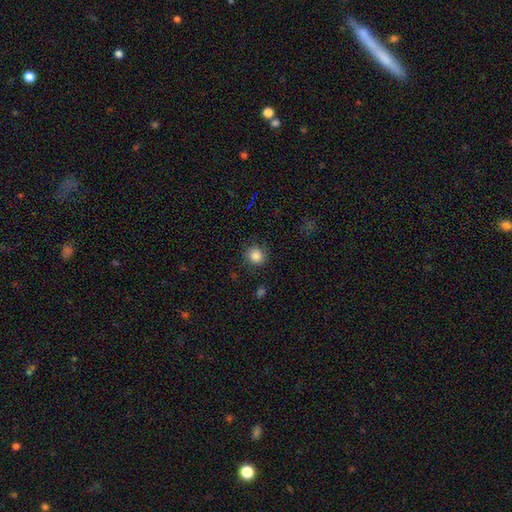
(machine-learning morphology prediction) This appears to be a smooth galaxy with no disk features (85%) that is round (91%). Merging: none (87%).